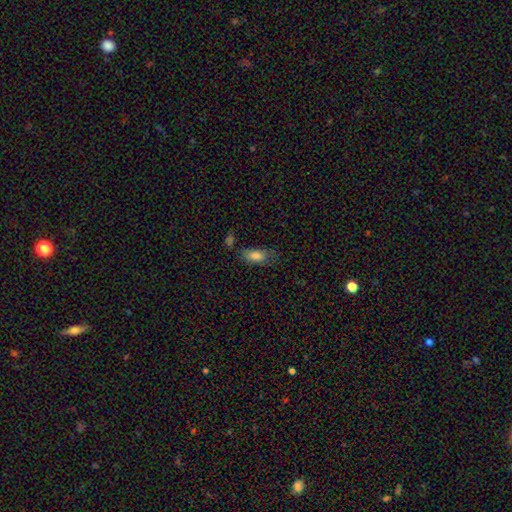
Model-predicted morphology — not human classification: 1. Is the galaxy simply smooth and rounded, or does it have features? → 82% smooth, 9% featured or disk, 9% star or artifact.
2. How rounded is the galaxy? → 86% in between, 10% cigar-shaped, 4% round.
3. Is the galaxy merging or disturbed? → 53% none, 27% minor disturbance, 11% major disturbance, 9% merger.